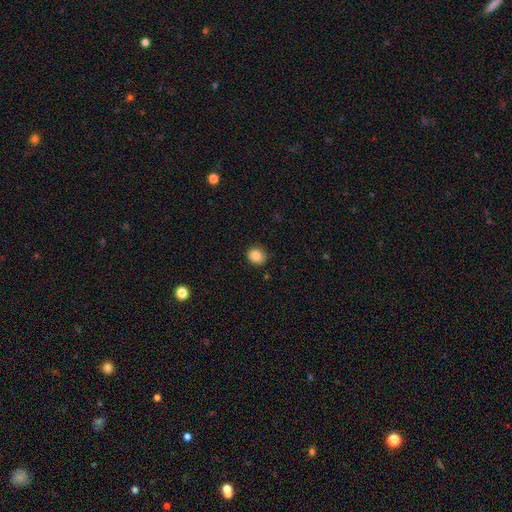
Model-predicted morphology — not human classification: smooth-or-featured: smooth: 87% | star or artifact: 10% | featured or disk: 4%
  how-rounded: round: 74% | in between: 25% | cigar-shaped: 1%
  merging: none: 83% | minor disturbance: 13% | major disturbance: 3% | merger: 1%